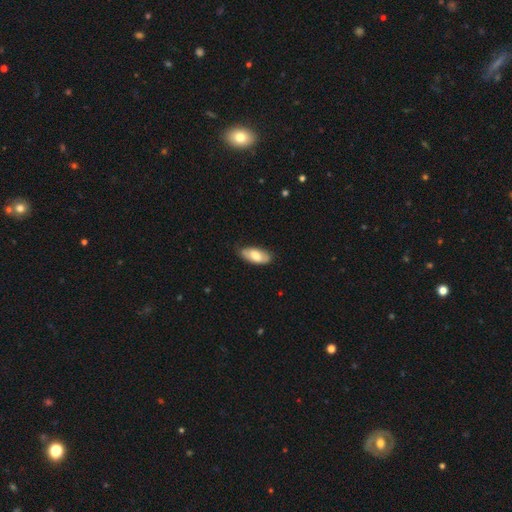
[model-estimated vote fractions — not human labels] Smooth or featured? smooth (72%)
How rounded? in between (88%)
Merging? none (72%)